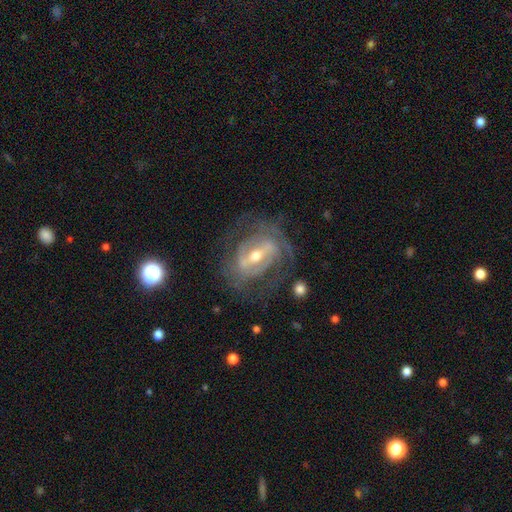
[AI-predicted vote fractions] Smooth or featured? Predicted: featured or disk (p=0.86). Edge-on disk? Predicted: no (p=0.94). Bar? Predicted: strong (p=0.58). Spiral arms? Predicted: yes (p=0.83). Spiral winding? Predicted: tight (p=0.48). Spiral arm count? Predicted: 2 (p=0.44). Bulge size? Predicted: moderate (p=0.58). Merging? Predicted: none (p=0.65).